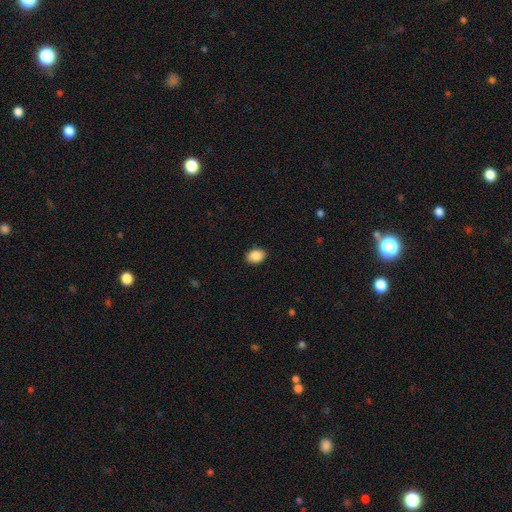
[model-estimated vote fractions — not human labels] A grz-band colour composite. It shows a smooth galaxy with no disk features (89%) that is in between round and cigar-shaped (72%). Merging: none (89%).